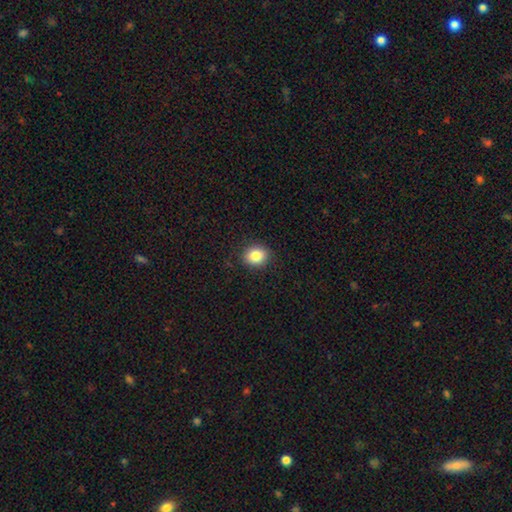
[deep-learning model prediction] A smooth galaxy with no disk features (85%) that is round (72%).

Vote fractions:
- Smooth or featured? smooth: 85% / star or artifact: 10% / featured or disk: 6%
- How rounded? round: 72% / in between: 28% / cigar-shaped: 1%
- Merging? none: 89% / minor disturbance: 7% / major disturbance: 2% / merger: 1%